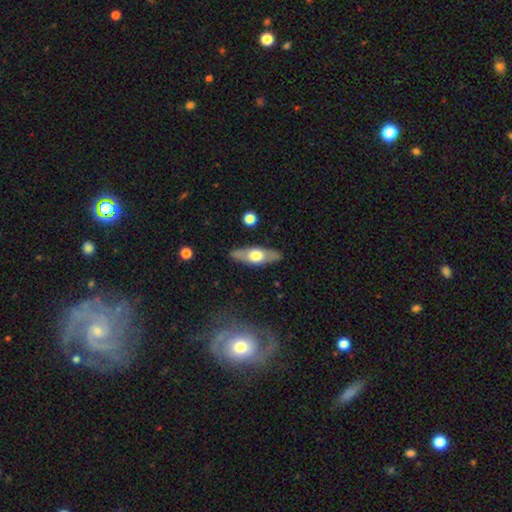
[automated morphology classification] Smooth or featured? featured or disk (49%)
Merging? none (85%)